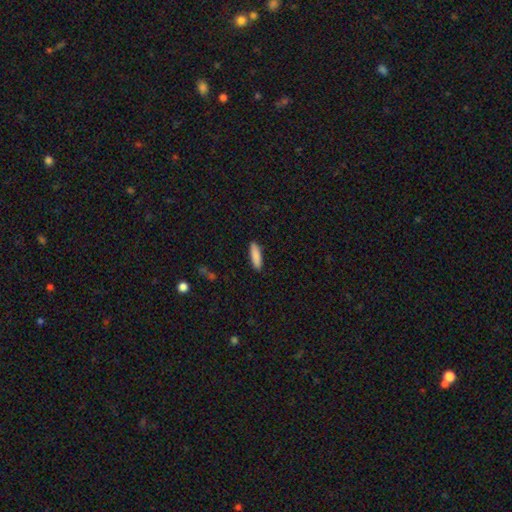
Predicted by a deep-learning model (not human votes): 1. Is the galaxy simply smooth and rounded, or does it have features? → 87% smooth, 7% featured or disk, 6% star or artifact.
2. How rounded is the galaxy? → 67% cigar-shaped, 32% in between, 1% round.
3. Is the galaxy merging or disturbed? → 89% none, 8% minor disturbance, 2% major disturbance, 1% merger.